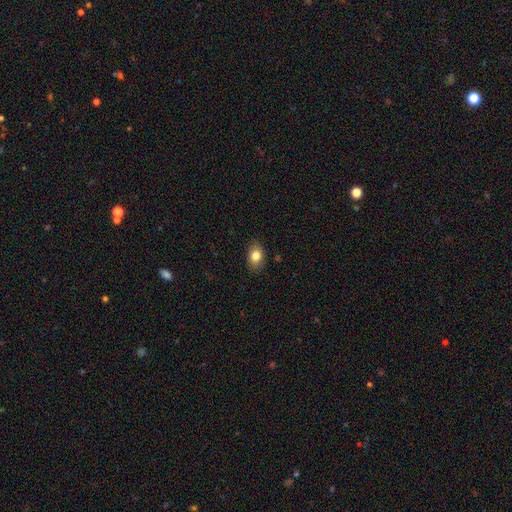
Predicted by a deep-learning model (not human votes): smooth 82%, featured or disk 9%, star or artifact 9%. Down the decision tree: how rounded — in between (79%); merging — none (86%).